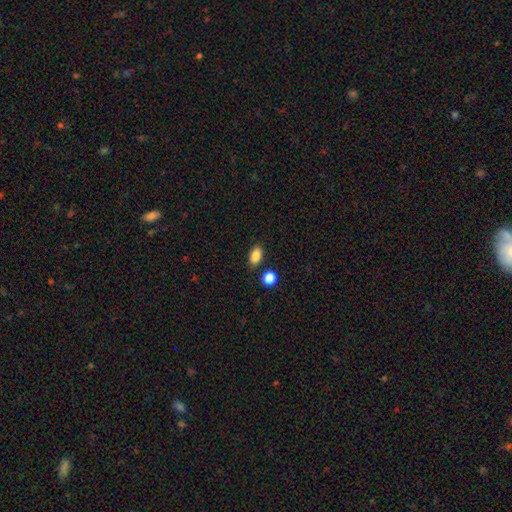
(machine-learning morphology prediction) The model was most divided on "merging": none: 83%, minor disturbance: 10%, merger: 5%, major disturbance: 2%. More confident: smooth or featured — smooth (87%); how rounded — in between (86%).